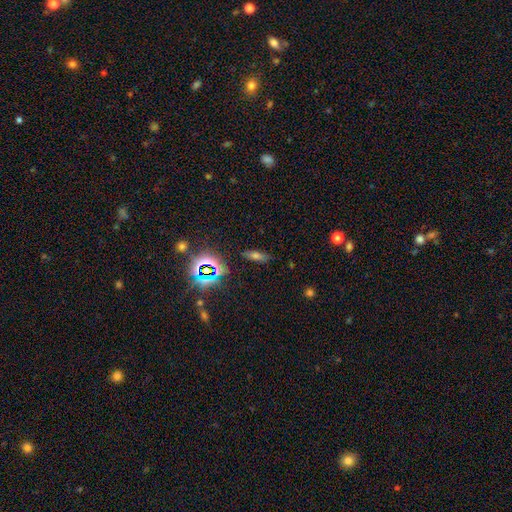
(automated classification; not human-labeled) A smooth galaxy with no disk features (52%) that is in between round and cigar-shaped (50%). Merging: none (85%).